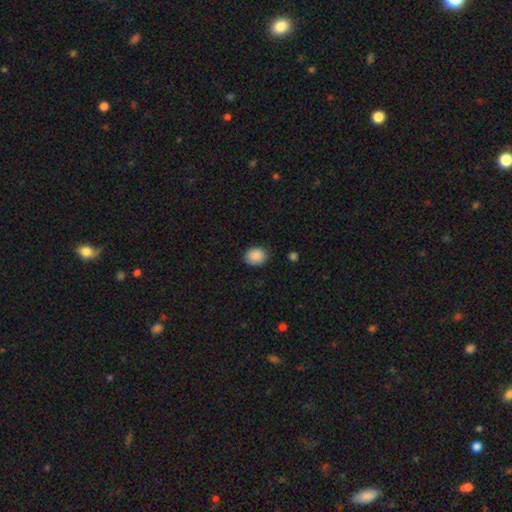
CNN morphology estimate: This appears to be a smooth galaxy with no disk features (89%) that is round (51%). Merging: none (83%).